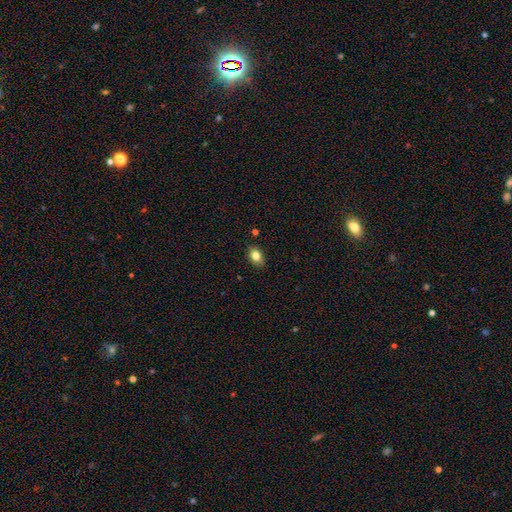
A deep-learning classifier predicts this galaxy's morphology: A smooth galaxy with no disk features (82%) that is in between round and cigar-shaped (78%). Merging: none (86%).